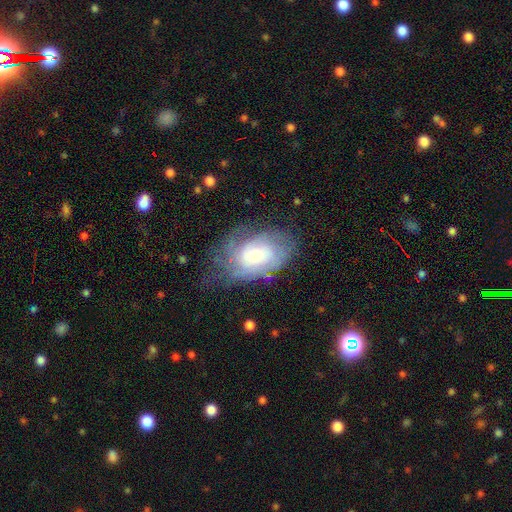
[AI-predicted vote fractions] Morphology: type=featured or disk (65%); edge-on=no (96%); bar=no (70%); spiral arms=yes (84%); winding=tight (58%); arm count=can't tell (57%); bulge=small (37%); merging=none (56%).